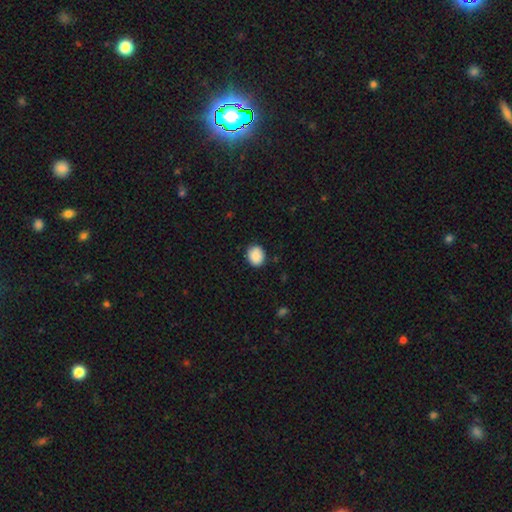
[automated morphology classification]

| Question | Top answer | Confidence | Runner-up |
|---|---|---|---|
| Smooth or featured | smooth | 89% | star or artifact (8%) |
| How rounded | round | 64% | in between (35%) |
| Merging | none | 86% | minor disturbance (11%) |